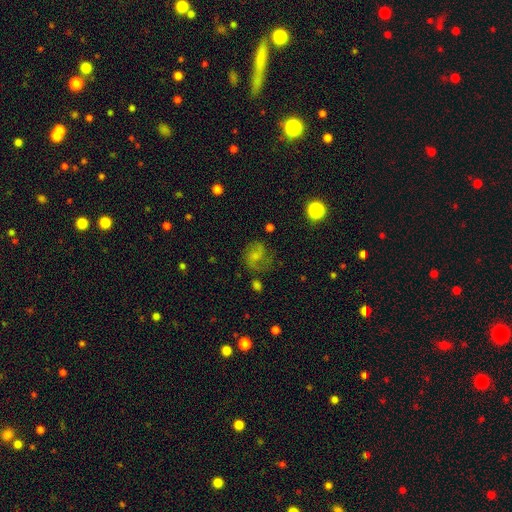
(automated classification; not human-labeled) Q: Smooth or featured?
A: featured or disk (49%); runner-up: smooth (38%)
Q: Merging?
A: none (52%); runner-up: minor disturbance (23%)